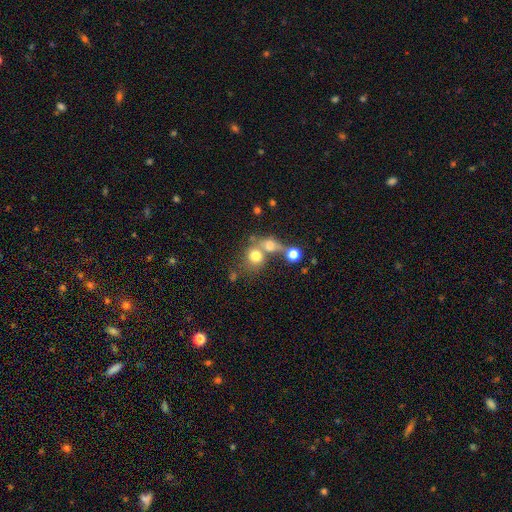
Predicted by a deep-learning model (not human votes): Smooth or featured? smooth (71%)
How rounded? round (75%)
Merging? merger (45%)